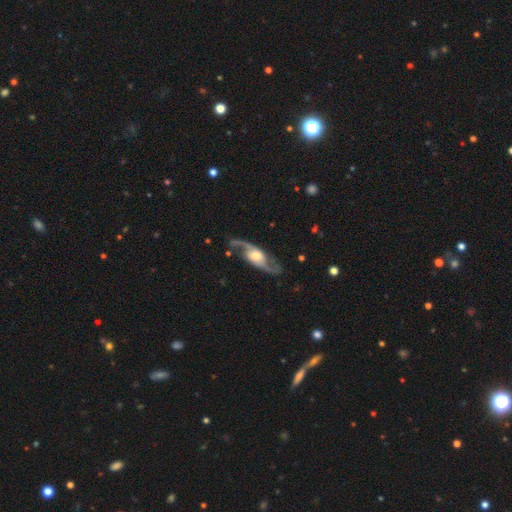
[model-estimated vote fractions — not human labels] This is clearly a featured or disk galaxy (90%). It is clearly not viewed edge-on (91%). Bar: possibly no (45%). Spiral arm pattern: clearly yes (97%). Spiral arm count: clearly 2 (94%). Spiral winding: possibly loose (53%). Central bulge: possibly moderate (54%). Merging: clearly none (81%).